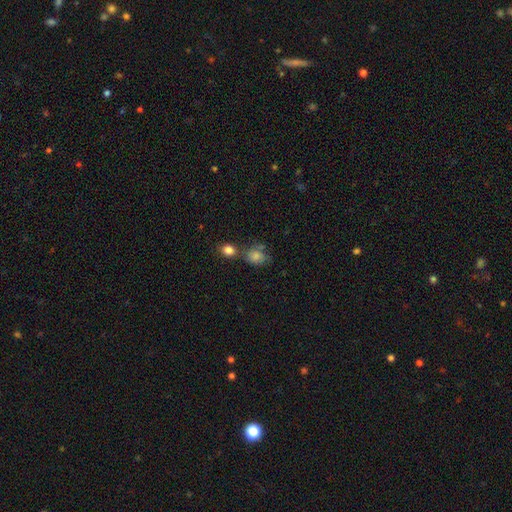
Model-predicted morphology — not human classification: Smooth or featured: smooth — 65% (star or artifact — 20%)
How rounded: round — 59% (in between — 39%)
Merging: none — 55% (merger — 19%)